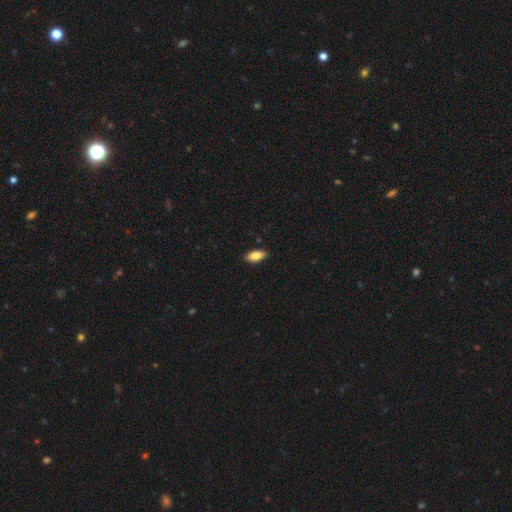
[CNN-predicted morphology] This is clearly a smooth galaxy (81%). How rounded: clearly in between (85%). Merging: clearly none (89%).